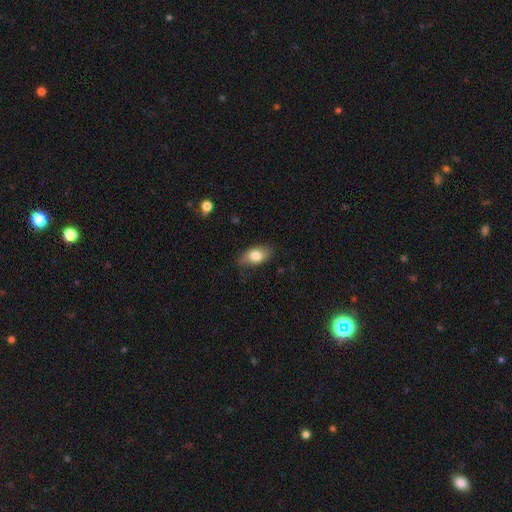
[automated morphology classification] Q: Smooth or featured?
A: smooth (80%); runner-up: featured or disk (13%)
Q: How rounded?
A: in between (89%); runner-up: round (8%)
Q: Merging?
A: none (77%); runner-up: minor disturbance (19%)